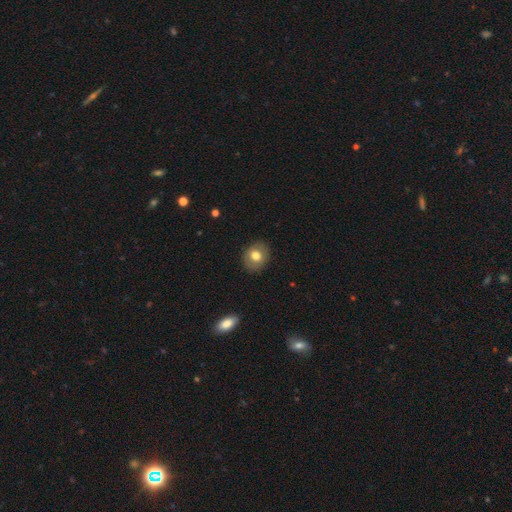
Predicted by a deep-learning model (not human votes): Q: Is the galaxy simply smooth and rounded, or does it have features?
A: smooth — 73%.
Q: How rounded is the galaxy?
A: round — 65%.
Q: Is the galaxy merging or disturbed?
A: none — 87%.